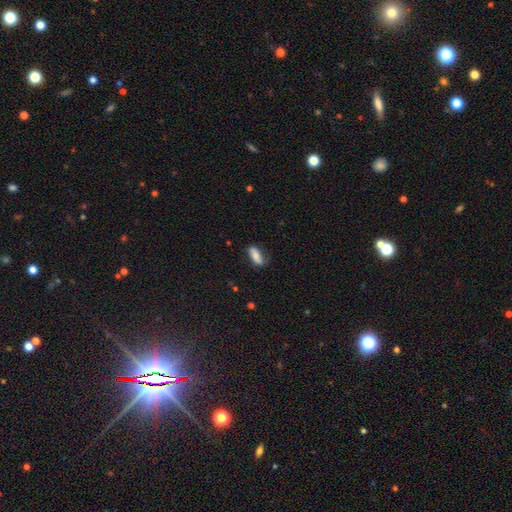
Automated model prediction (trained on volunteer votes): Smooth or featured: smooth — 63% (featured or disk — 30%)
How rounded: in between — 79% (cigar-shaped — 18%)
Merging: none — 64% (minor disturbance — 25%)